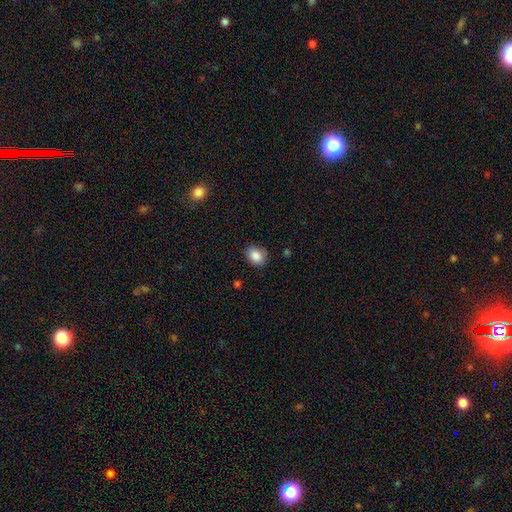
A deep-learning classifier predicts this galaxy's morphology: Smooth or featured: smooth — 87% (star or artifact — 8%)
How rounded: in between — 52% (round — 47%)
Merging: none — 84% (minor disturbance — 12%)